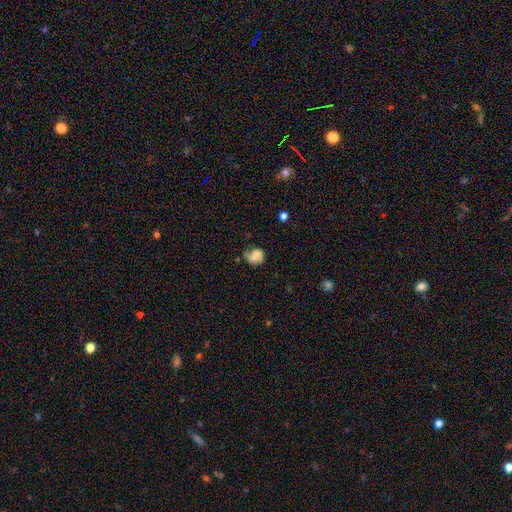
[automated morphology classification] This is likely a smooth galaxy (61%). How rounded: likely round (69%). Merging: possibly none (49%).